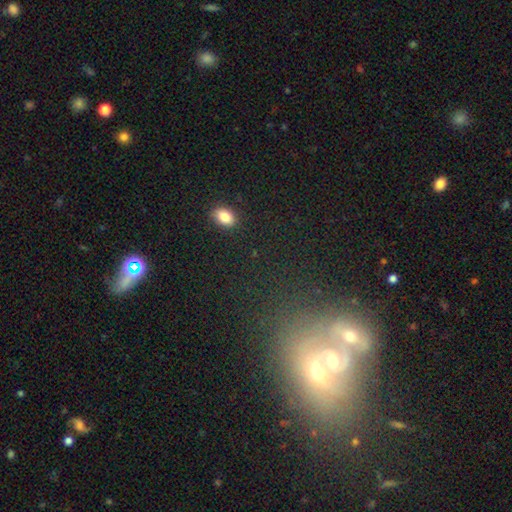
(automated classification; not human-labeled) Morphology: type=smooth (41%); merging=none (44%).